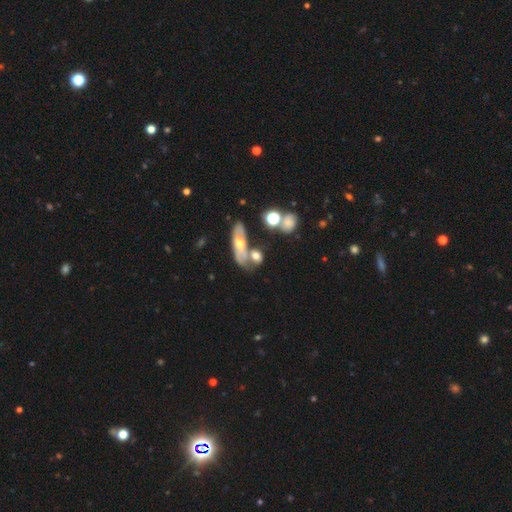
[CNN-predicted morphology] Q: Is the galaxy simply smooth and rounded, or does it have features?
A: smooth — 52%.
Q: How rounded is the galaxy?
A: in between — 55%.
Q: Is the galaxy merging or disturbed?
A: merger — 39%.